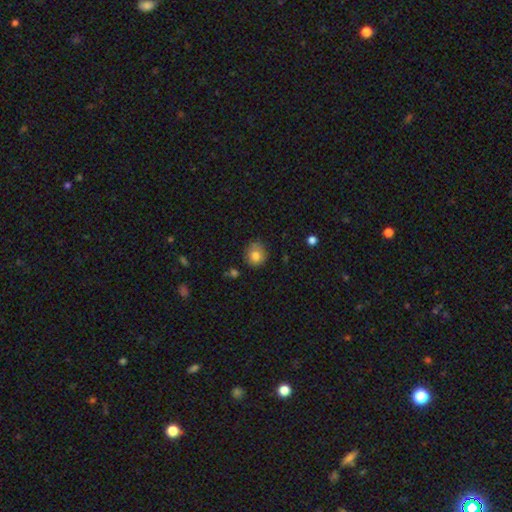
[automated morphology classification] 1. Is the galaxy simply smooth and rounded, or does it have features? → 79% smooth, 11% featured or disk, 10% star or artifact.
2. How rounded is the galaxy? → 84% round, 15% in between, 1% cigar-shaped.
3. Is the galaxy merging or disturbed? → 76% none, 18% minor disturbance, 4% major disturbance, 3% merger.